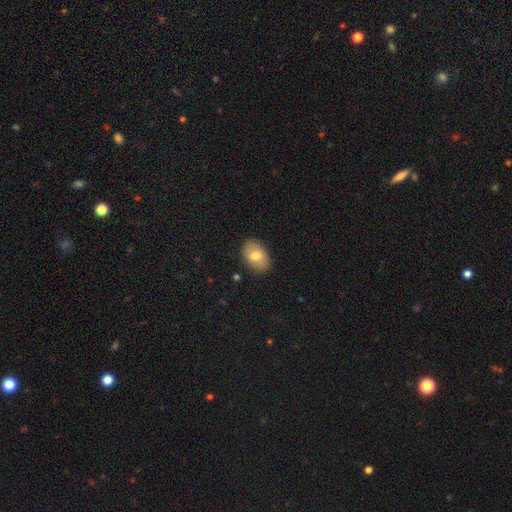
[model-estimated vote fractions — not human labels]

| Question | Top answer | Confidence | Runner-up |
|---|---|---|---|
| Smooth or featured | smooth | 73% | featured or disk (19%) |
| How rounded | in between | 85% | round (13%) |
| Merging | none | 85% | minor disturbance (11%) |